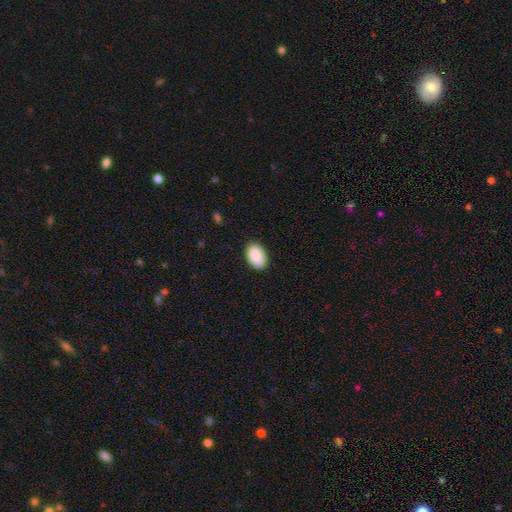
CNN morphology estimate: This appears to be a smooth galaxy with no disk features (91%) that is in between round and cigar-shaped (92%). Merging: none (86%).